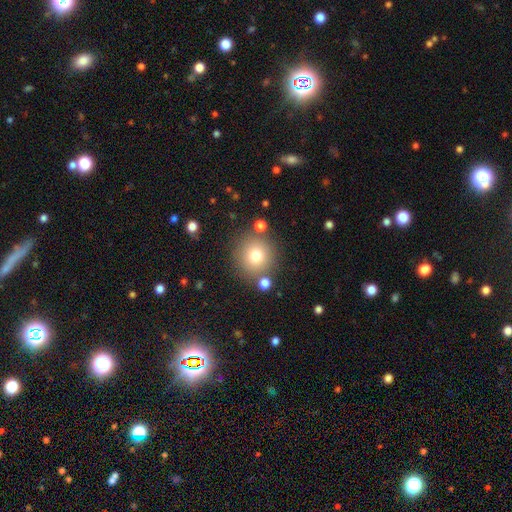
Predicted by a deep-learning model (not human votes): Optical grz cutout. It shows a smooth galaxy with no disk features (76%) that is round (93%). Merging: none (81%).